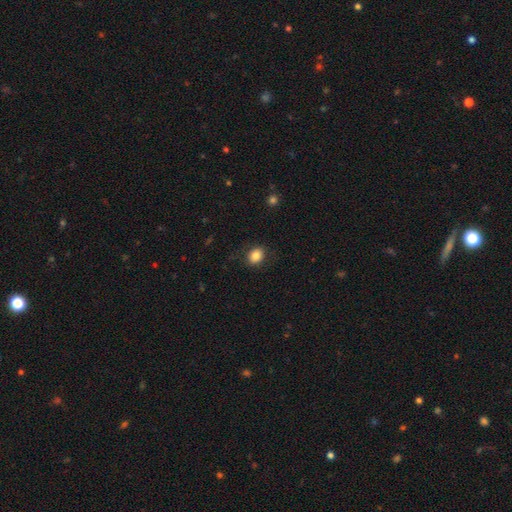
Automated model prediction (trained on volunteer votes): smooth_or_featured: smooth (p=0.84) [alt: star or artifact p=0.10]
how_rounded: round (p=0.52) [alt: in between p=0.47]
merging: none (p=0.84) [alt: minor disturbance p=0.11]